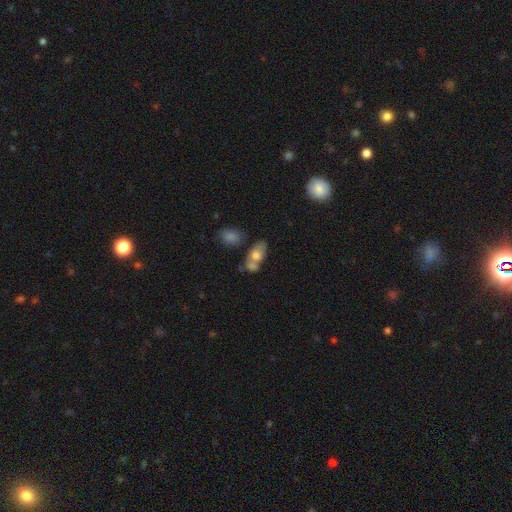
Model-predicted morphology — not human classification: Overall: smooth (65%; featured or disk 27%). How rounded: in between (84%). Merging: merger (40%; none 36%).